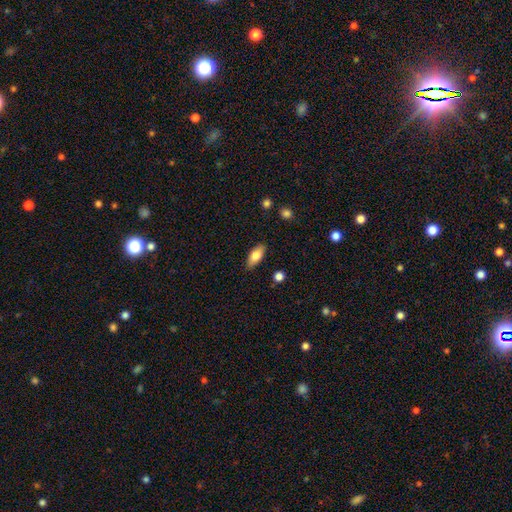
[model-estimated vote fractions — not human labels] A smooth galaxy with no disk features (79%) that is in between round and cigar-shaped (85%).

Vote fractions:
- Smooth or featured? smooth: 79% / featured or disk: 14% / star or artifact: 7%
- How rounded? in between: 85% / cigar-shaped: 12% / round: 3%
- Merging? none: 86% / minor disturbance: 10% / major disturbance: 2% / merger: 1%